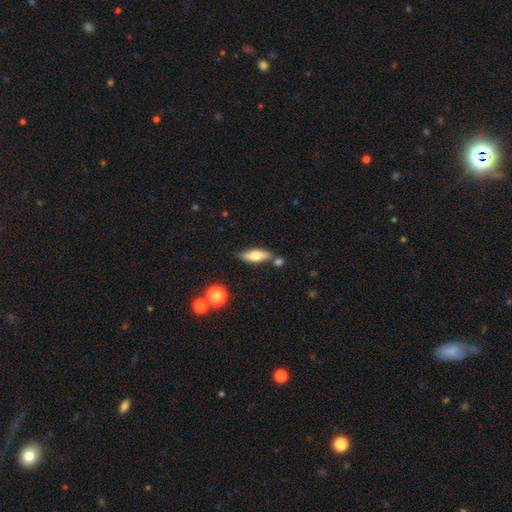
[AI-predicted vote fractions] Q: Smooth or featured?
A: smooth (61%); runner-up: featured or disk (32%)
Q: How rounded?
A: in between (52%); runner-up: cigar-shaped (45%)
Q: Merging?
A: none (72%); runner-up: minor disturbance (14%)